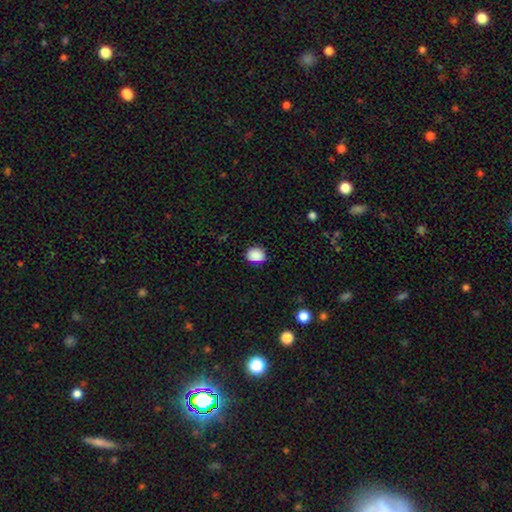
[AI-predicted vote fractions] This is clearly a smooth galaxy (86%). How rounded: possibly round (57%). Merging: clearly none (81%).